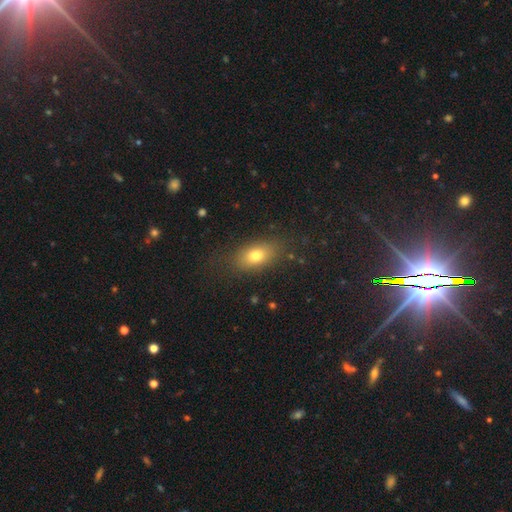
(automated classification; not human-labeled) This appears to be a smooth galaxy with no disk features (75%) that is in between round and cigar-shaped (80%). Merging: none (80%).